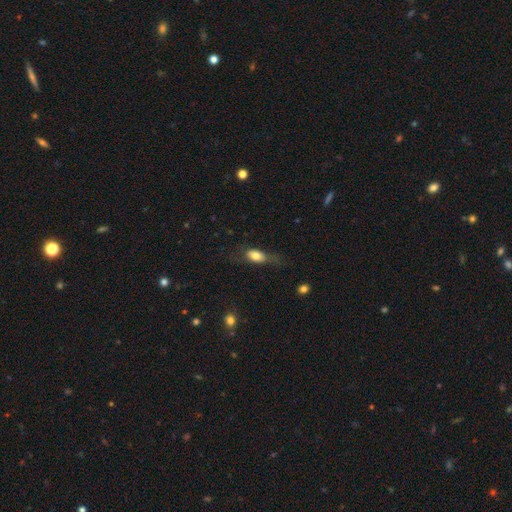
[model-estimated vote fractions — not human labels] smooth_or_featured: smooth (p=0.74) [alt: featured or disk p=0.18]
how_rounded: in between (p=0.81) [alt: cigar-shaped p=0.12]
merging: none (p=0.46) [alt: minor disturbance p=0.27]